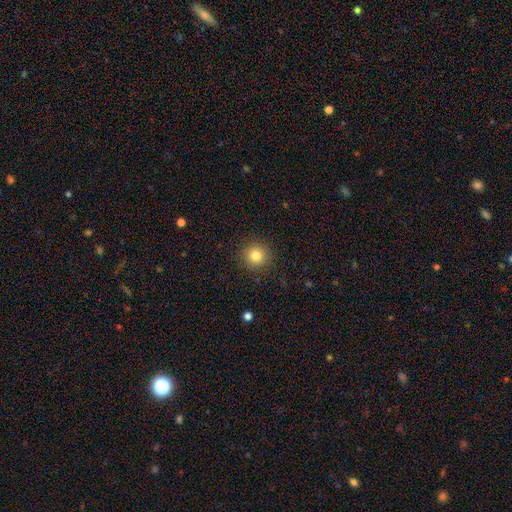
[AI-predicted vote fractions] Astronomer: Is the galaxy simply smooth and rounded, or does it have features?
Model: smooth — 82%.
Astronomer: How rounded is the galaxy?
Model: round — 94%.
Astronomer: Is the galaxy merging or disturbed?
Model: none — 91%.